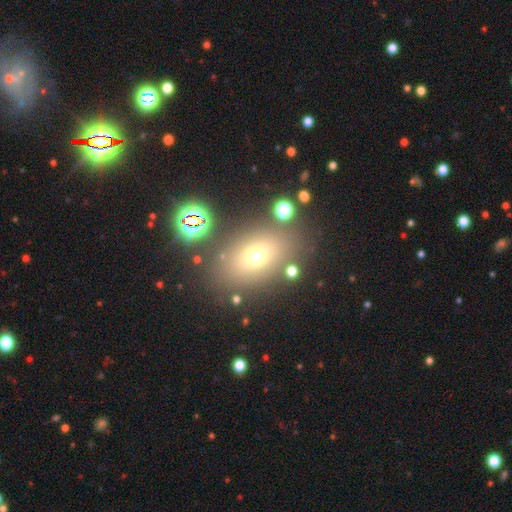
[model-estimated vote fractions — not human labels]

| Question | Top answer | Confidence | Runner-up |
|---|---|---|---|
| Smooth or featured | smooth | 63% | star or artifact (21%) |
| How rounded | in between | 69% | round (29%) |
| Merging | none | 77% | minor disturbance (11%) |